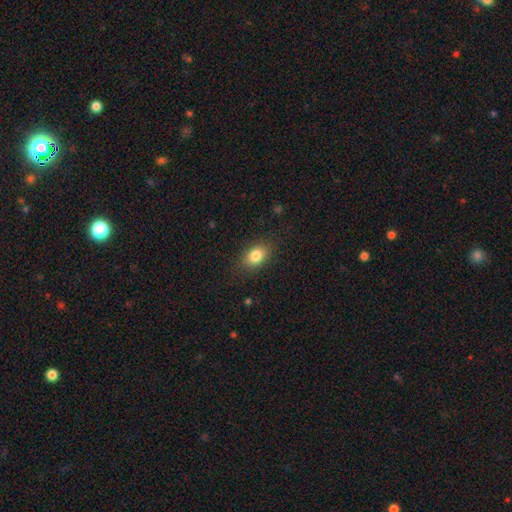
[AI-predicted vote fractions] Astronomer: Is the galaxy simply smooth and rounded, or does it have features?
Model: smooth — 83%.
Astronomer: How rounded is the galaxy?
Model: in between — 77%.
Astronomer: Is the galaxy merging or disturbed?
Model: none — 83%.